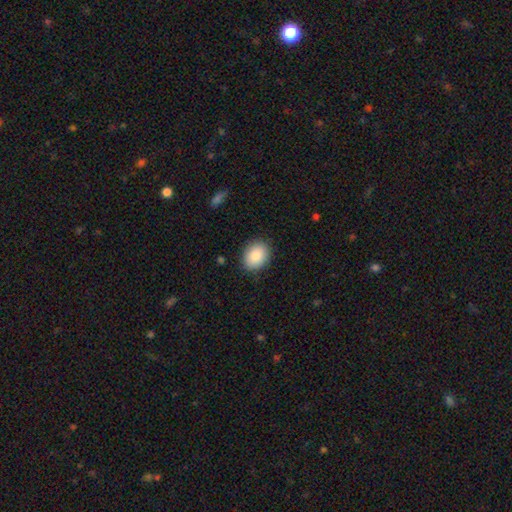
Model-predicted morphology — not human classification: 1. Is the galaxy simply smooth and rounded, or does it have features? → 88% smooth, 7% star or artifact, 5% featured or disk.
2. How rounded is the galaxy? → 62% in between, 37% round, 1% cigar-shaped.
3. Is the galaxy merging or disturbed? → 87% none, 10% minor disturbance, 3% major disturbance, 1% merger.